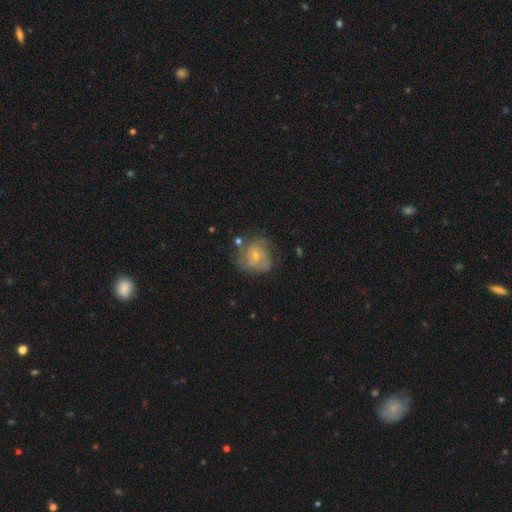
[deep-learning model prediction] Overall: featured or disk (71%). Edge-on disk: no (98%). Bar: no (63%; weak 32%). Spiral arms: yes (86%). Spiral arm count: can't tell (33%; 2 26%). Spiral winding: tight (49%; medium 38%). Bulge size: small (56%; moderate 40%). Merging: none (60%; minor disturbance 23%).